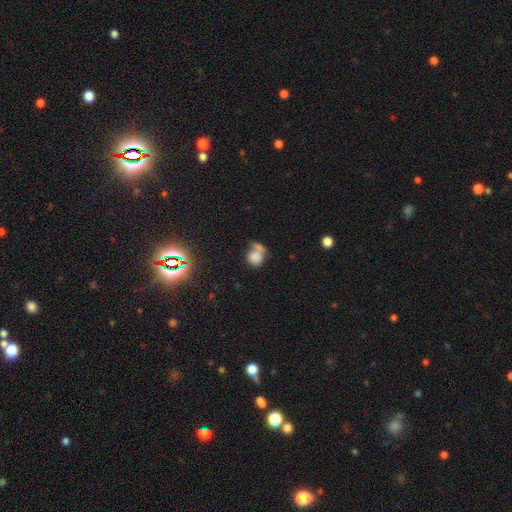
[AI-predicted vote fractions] smooth-or-featured: smooth: 75% | star or artifact: 13% | featured or disk: 12%
  how-rounded: round: 72% | in between: 26% | cigar-shaped: 2%
  merging: merger: 43% | none: 33% | minor disturbance: 13% | major disturbance: 10%